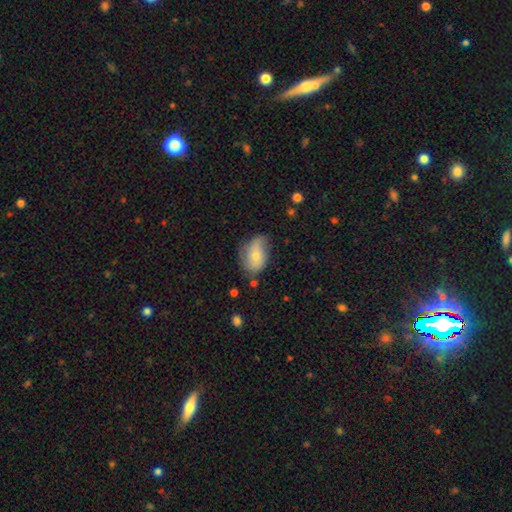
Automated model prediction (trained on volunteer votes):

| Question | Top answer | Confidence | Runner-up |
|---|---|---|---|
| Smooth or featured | smooth | 56% | featured or disk (37%) |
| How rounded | in between | 80% | round (18%) |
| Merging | none | 51% | minor disturbance (34%) |